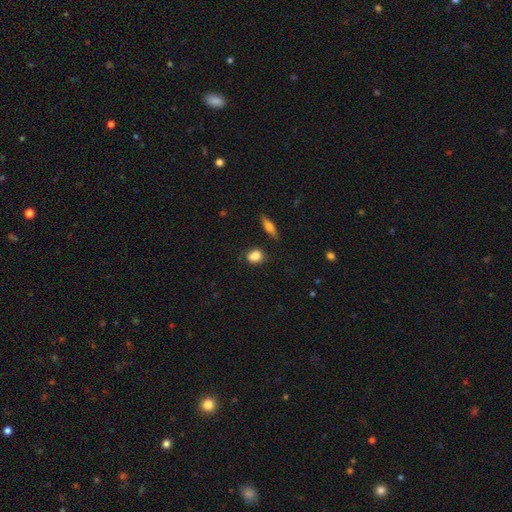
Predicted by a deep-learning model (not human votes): The model was most divided on "how rounded": in between: 51%, round: 46%, cigar-shaped: 3%. More confident: smooth or featured — smooth (82%); merging — none (69%).